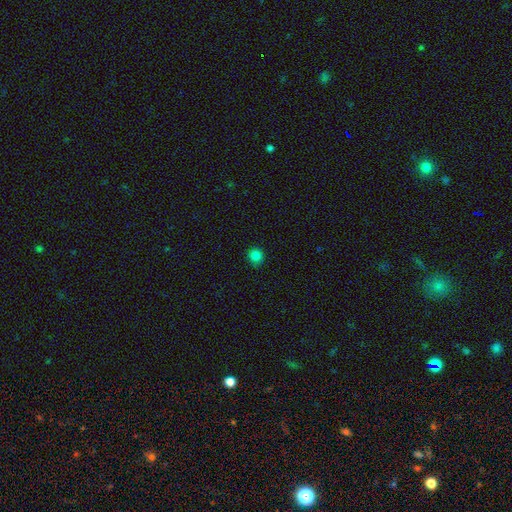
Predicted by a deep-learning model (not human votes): Morphology: type=smooth (83%); roundness=round (93%); merging=none (91%).